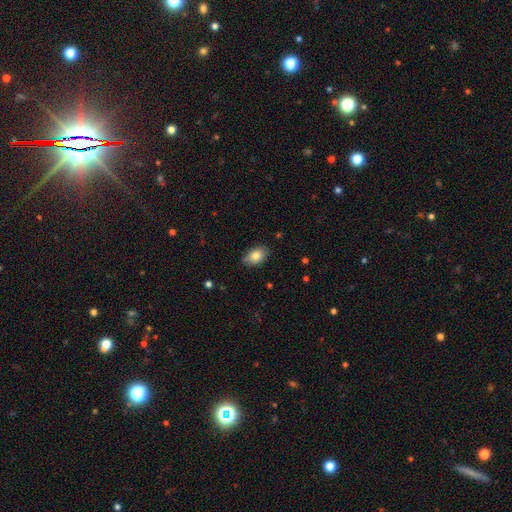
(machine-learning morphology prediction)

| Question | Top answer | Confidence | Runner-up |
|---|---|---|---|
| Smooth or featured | smooth | 80% | featured or disk (12%) |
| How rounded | in between | 88% | round (10%) |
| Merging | none | 82% | minor disturbance (15%) |